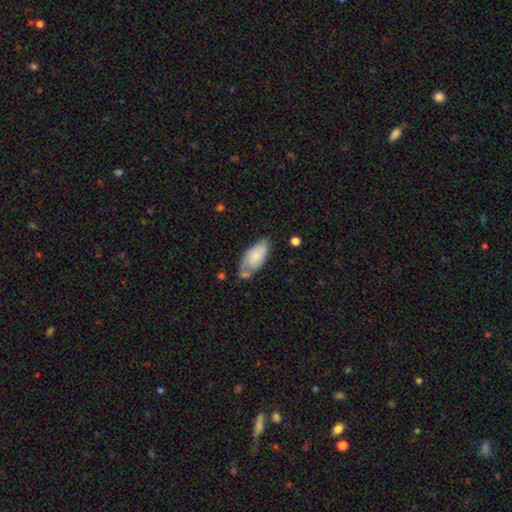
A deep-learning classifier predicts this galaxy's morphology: smooth_or_featured: smooth (p=0.66) [alt: featured or disk p=0.28]
how_rounded: in between (p=0.91) [alt: cigar-shaped p=0.07]
merging: none (p=0.47) [alt: minor disturbance p=0.31]